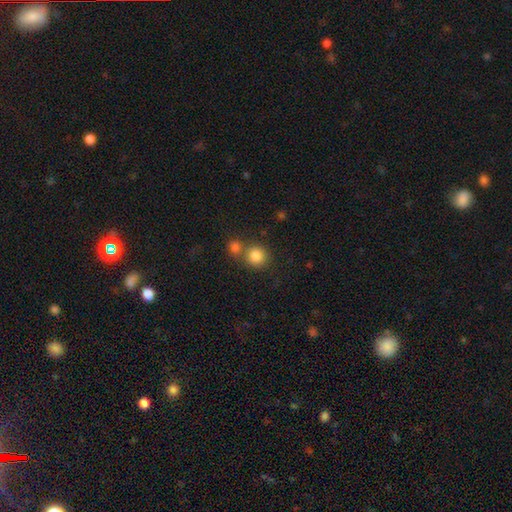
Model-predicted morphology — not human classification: Q: Smooth or featured?
A: smooth (83%); runner-up: star or artifact (11%)
Q: How rounded?
A: round (89%); runner-up: in between (10%)
Q: Merging?
A: none (59%); runner-up: merger (30%)